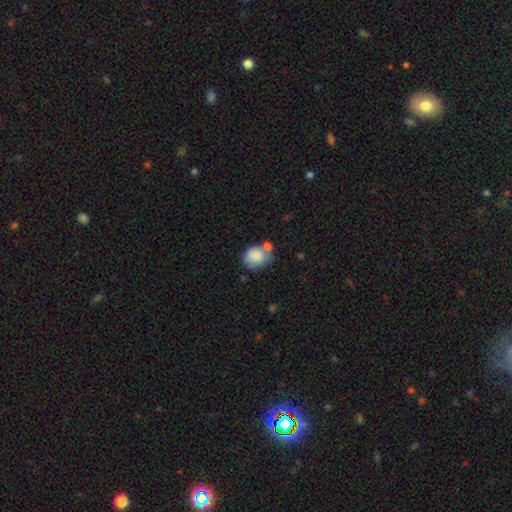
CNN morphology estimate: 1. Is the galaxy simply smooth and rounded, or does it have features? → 82% smooth, 11% featured or disk, 8% star or artifact.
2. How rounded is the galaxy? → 65% round, 35% in between, 1% cigar-shaped.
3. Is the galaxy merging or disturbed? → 42% none, 28% merger, 21% minor disturbance, 9% major disturbance.